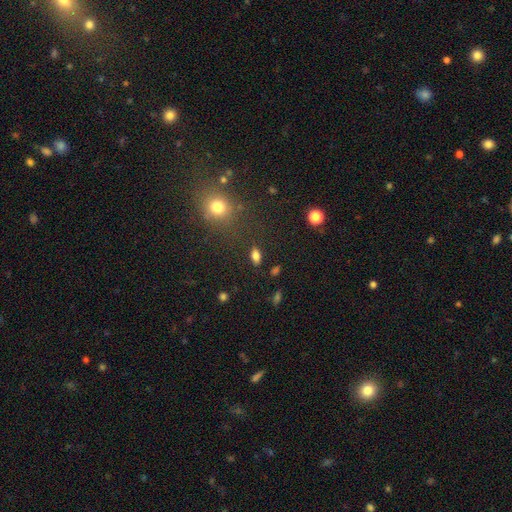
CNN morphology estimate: Smooth or featured? Predicted: smooth (p=0.79). How rounded? Predicted: in between (p=0.86). Merging? Predicted: none (p=0.85).